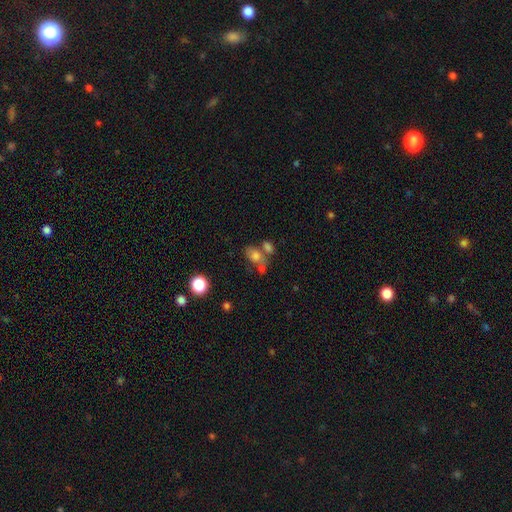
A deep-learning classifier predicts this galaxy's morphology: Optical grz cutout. It shows a smooth galaxy with no disk features (74%) that is in between round and cigar-shaped (75%). Merging: none (40%).